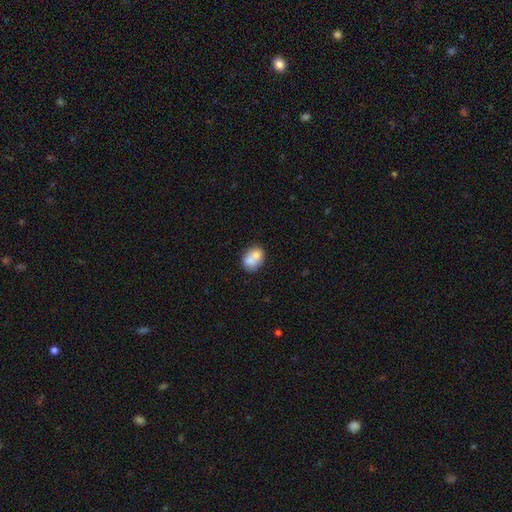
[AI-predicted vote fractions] Morphology: type=smooth (72%); roundness=in between (62%); merging=merger (45%).